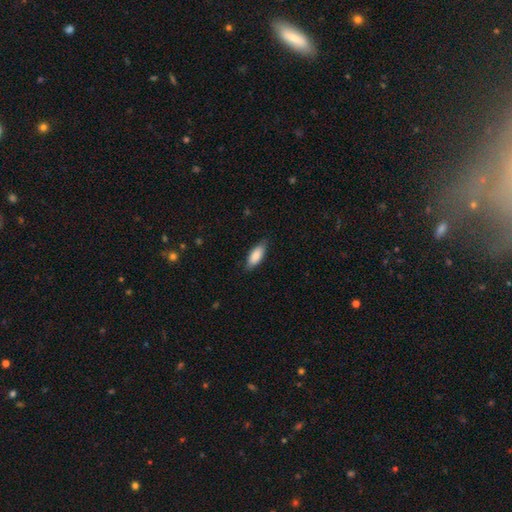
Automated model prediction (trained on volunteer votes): smooth_or_featured: smooth (p=0.85) [alt: featured or disk p=0.09]
how_rounded: in between (p=0.78) [alt: cigar-shaped p=0.21]
merging: none (p=0.82) [alt: minor disturbance p=0.15]